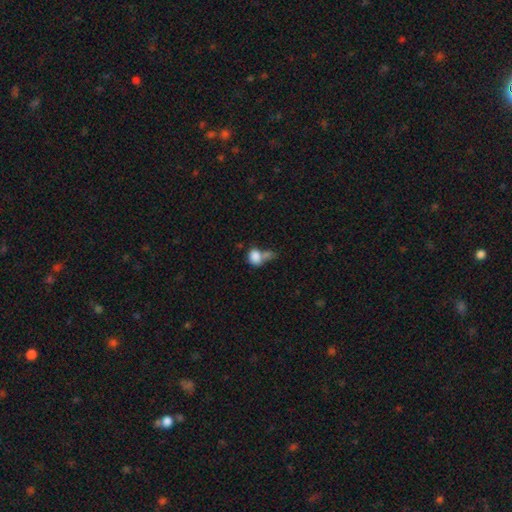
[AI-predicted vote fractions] This appears to be a smooth galaxy with no disk features (82%) that is round (60%). Merging: merger (44%).